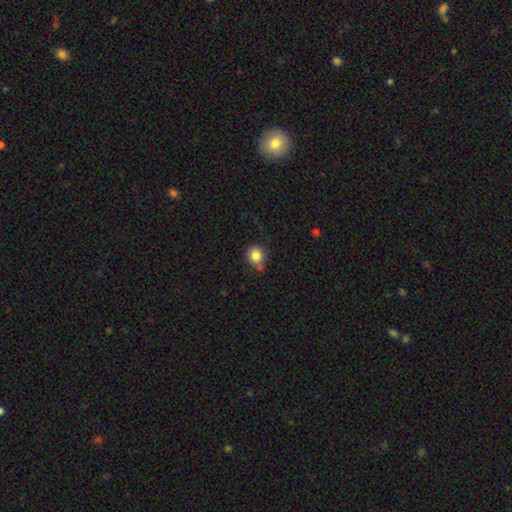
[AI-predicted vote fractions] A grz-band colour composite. It shows a smooth galaxy with no disk features (84%) that is round (85%). Merging: none (67%).